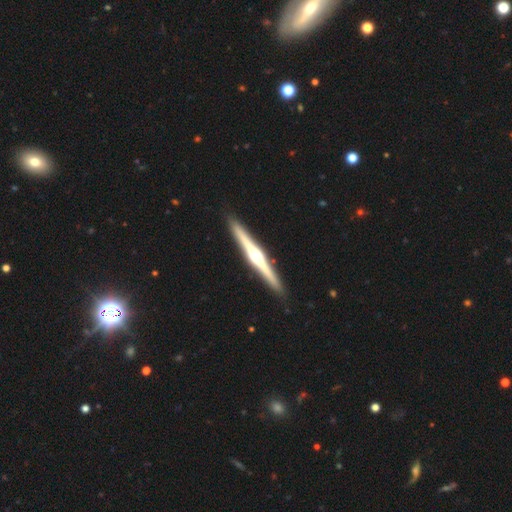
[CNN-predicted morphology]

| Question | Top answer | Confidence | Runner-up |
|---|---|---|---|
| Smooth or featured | featured or disk | 80% | smooth (16%) |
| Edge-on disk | yes | 99% | no (1%) |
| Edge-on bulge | rounded | 93% | boxy (4%) |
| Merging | none | 92% | minor disturbance (5%) |